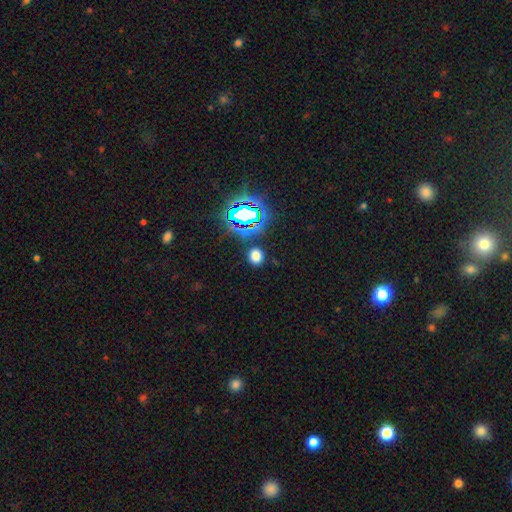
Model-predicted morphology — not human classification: Overall: smooth (67%; star or artifact 27%). How rounded: round (69%; in between 29%). Merging: none (87%).